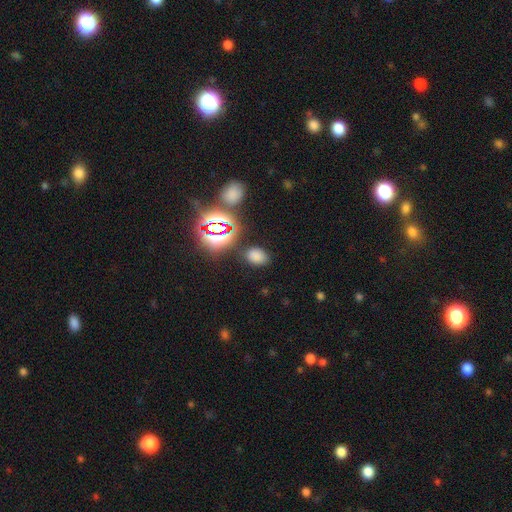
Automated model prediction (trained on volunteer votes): Morphology: type=smooth (69%); roundness=in between (71%); merging=none (81%).